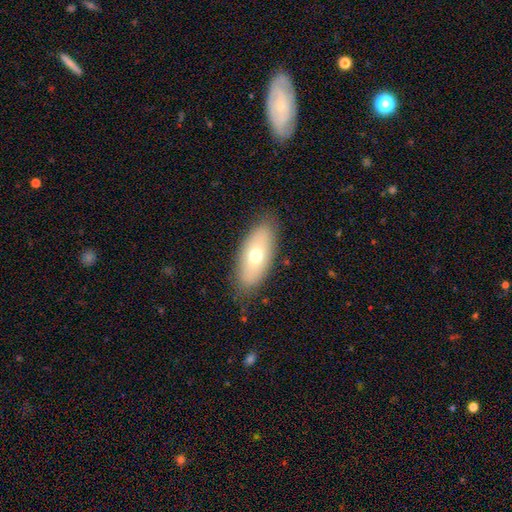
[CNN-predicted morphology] Overall: smooth (65%; featured or disk 27%). How rounded: in between (85%). Merging: none (83%).